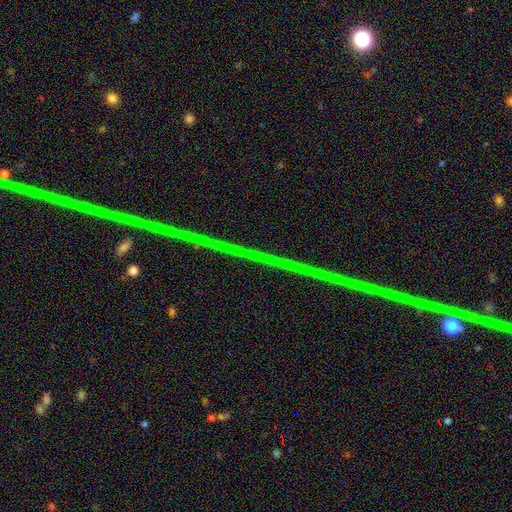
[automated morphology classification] type=star or artifact (79%).